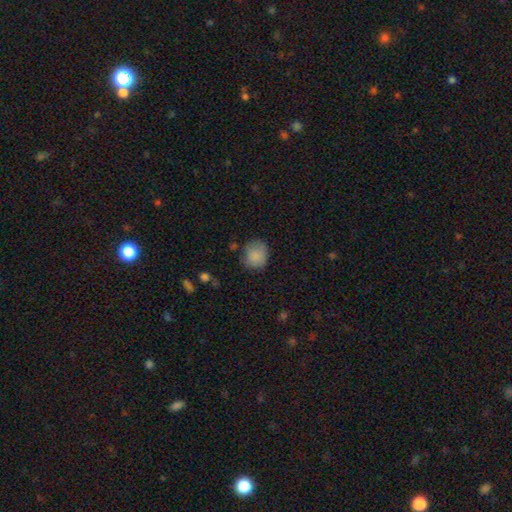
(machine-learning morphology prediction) Smooth or featured? Predicted: smooth (p=0.86). How rounded? Predicted: round (p=0.76). Merging? Predicted: none (p=0.72).